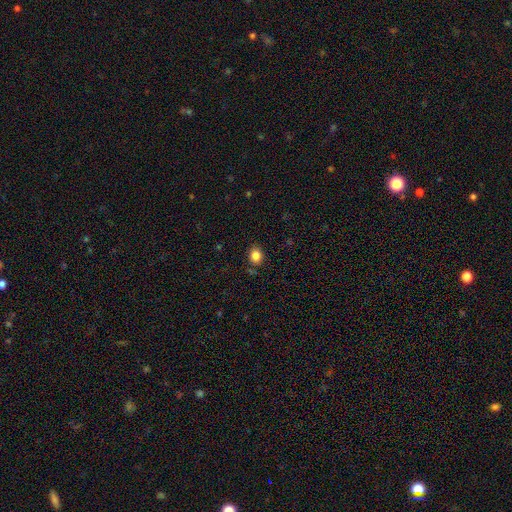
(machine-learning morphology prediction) Smooth or featured?
  - smooth: 85% *
  - star or artifact: 10%
  - featured or disk: 5%
How rounded?
  - in between: 50% *
  - round: 49%
  - cigar-shaped: 1%
Merging?
  - none: 85% *
  - minor disturbance: 10%
  - major disturbance: 3%
  - merger: 2%